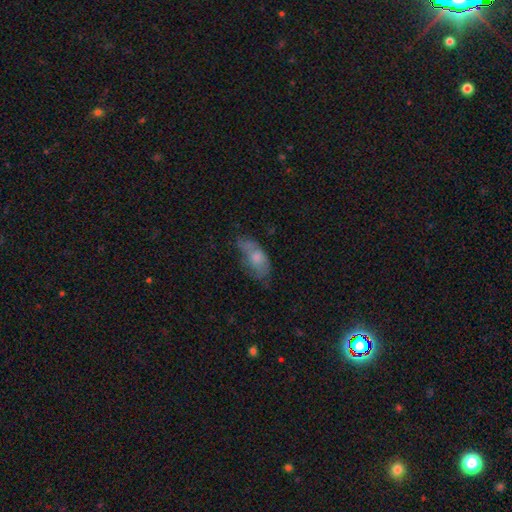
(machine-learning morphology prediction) smooth 56%, featured or disk 34%, star or artifact 10%. Down the decision tree: how rounded — in between (84%); merging — none (45%).